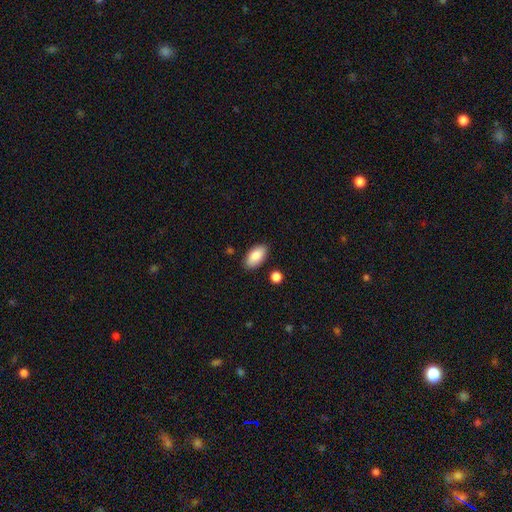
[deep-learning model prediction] Smooth or featured?
  - smooth: 86% *
  - featured or disk: 7%
  - star or artifact: 6%
How rounded?
  - in between: 94% *
  - round: 3%
  - cigar-shaped: 3%
Merging?
  - none: 85% *
  - minor disturbance: 10%
  - merger: 3%
  - major disturbance: 2%